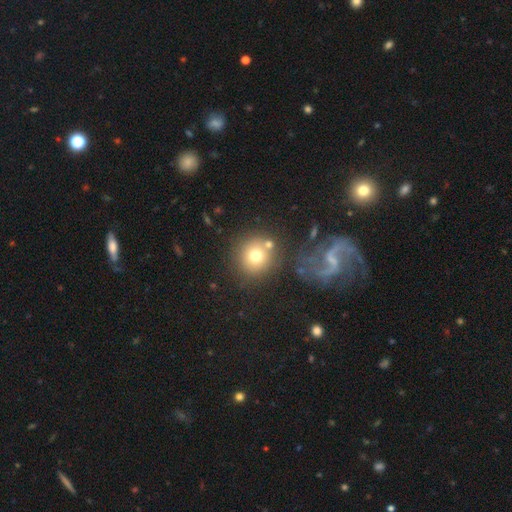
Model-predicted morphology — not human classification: type=smooth (72%); roundness=round (90%); merging=none (69%).